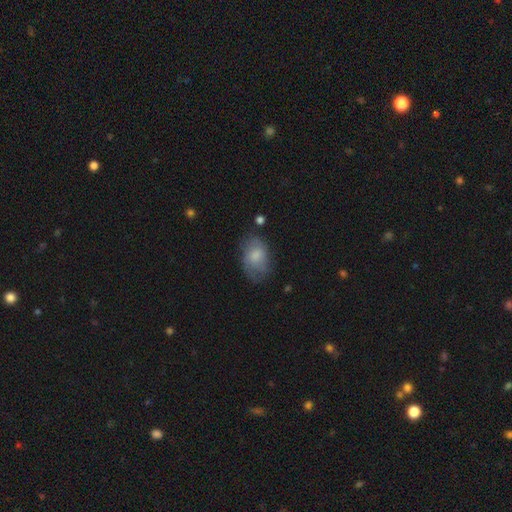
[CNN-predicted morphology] Overall: smooth (71%). How rounded: in between (87%). Merging: none (59%; minor disturbance 28%).